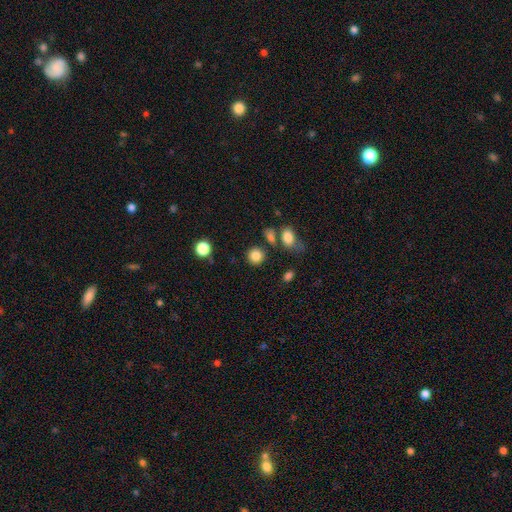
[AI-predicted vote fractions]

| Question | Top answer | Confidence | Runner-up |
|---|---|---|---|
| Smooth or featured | smooth | 84% | star or artifact (11%) |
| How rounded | round | 88% | in between (11%) |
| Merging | none | 81% | minor disturbance (9%) |